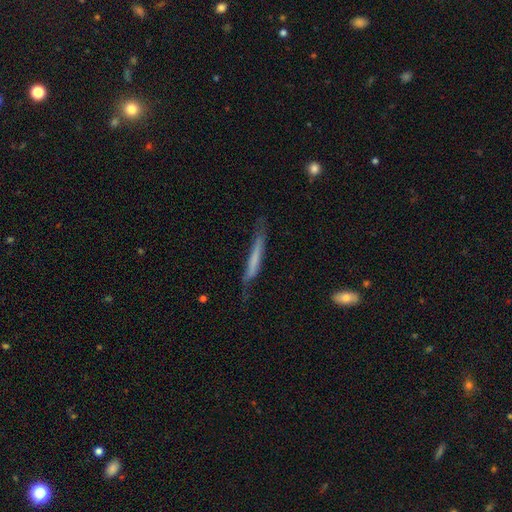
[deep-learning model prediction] Smooth or featured? smooth (49%)
Merging? none (63%)